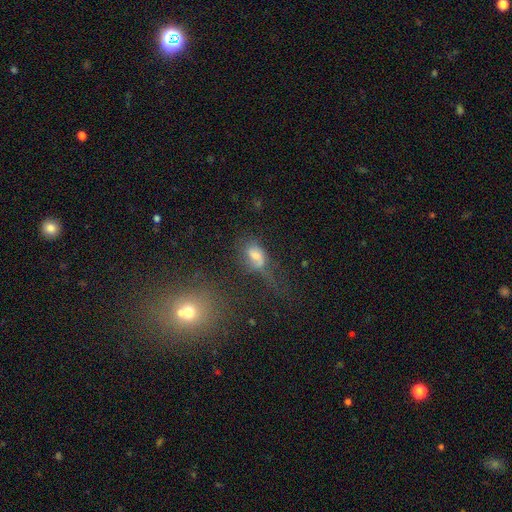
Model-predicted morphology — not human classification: smooth-or-featured: smooth: 58% | featured or disk: 25% | star or artifact: 18%
  how-rounded: in between: 78% | round: 17% | cigar-shaped: 5%
  merging: none: 30% (tied) | major disturbance: 30% (tied) | minor disturbance: 23% | merger: 17%